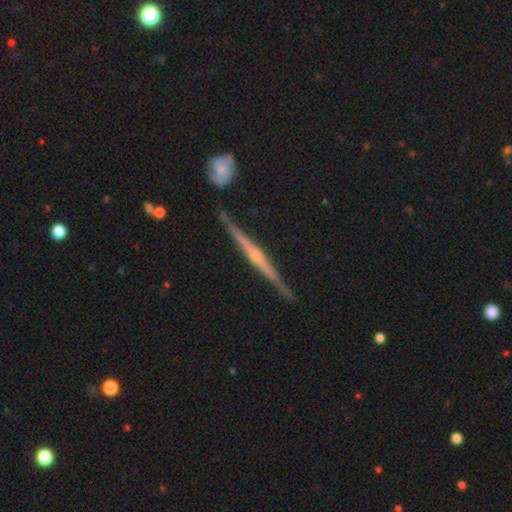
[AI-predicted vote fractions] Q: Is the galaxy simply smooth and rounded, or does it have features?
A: featured or disk — 85%.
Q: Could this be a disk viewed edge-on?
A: yes — 98%.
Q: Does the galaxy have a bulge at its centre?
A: rounded — 73%.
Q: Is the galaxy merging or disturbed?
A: none — 88%.